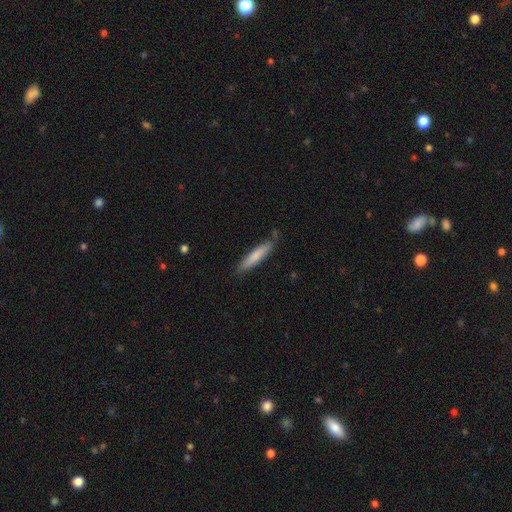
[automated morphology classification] smooth-or-featured: smooth: 77% | featured or disk: 18% | star or artifact: 5%
  how-rounded: cigar-shaped: 89% | in between: 10% | round: 1%
  merging: none: 82% | minor disturbance: 13% | merger: 3% | major disturbance: 2%